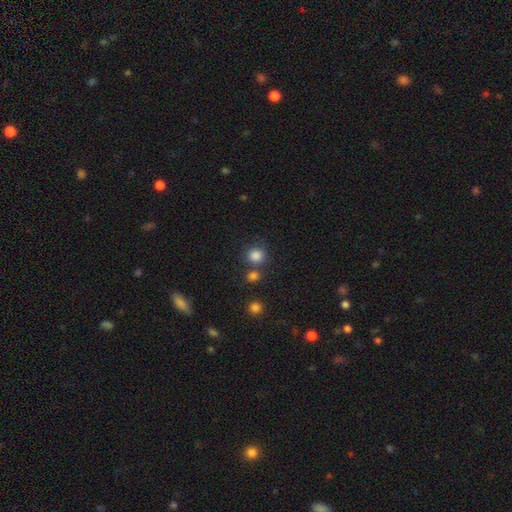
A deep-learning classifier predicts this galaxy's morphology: Smooth or featured: smooth — 84% (star or artifact — 11%)
How rounded: round — 87% (in between — 12%)
Merging: none — 69% (merger — 17%)